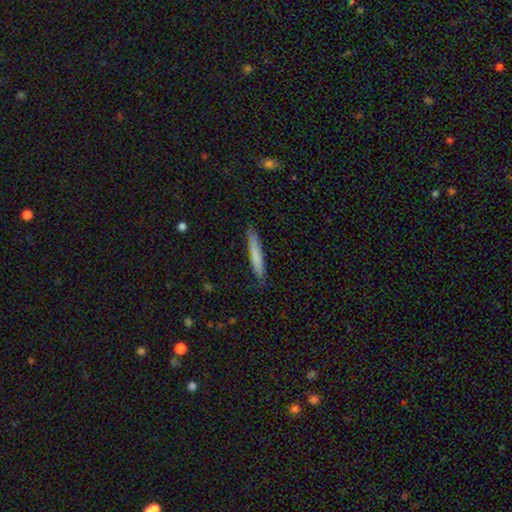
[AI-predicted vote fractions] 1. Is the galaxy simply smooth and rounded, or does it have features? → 75% smooth, 19% featured or disk, 6% star or artifact.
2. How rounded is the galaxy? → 94% cigar-shaped, 5% in between, 1% round.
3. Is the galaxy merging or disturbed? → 85% none, 11% minor disturbance, 2% major disturbance, 1% merger.